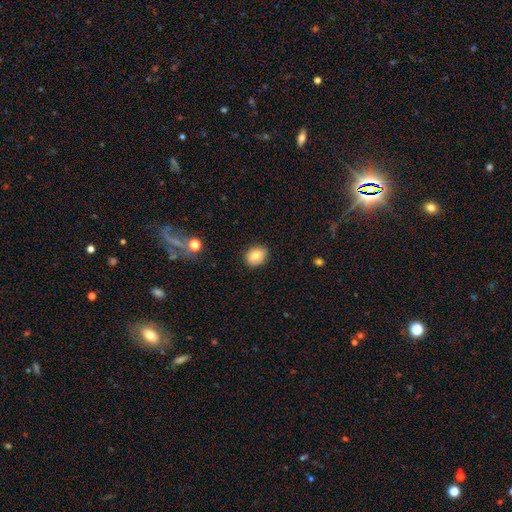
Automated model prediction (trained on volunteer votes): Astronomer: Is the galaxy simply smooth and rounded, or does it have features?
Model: smooth — 79%.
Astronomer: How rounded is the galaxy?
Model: round — 56% (runner-up: in between, 43%).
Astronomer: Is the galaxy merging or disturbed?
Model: none — 85%.